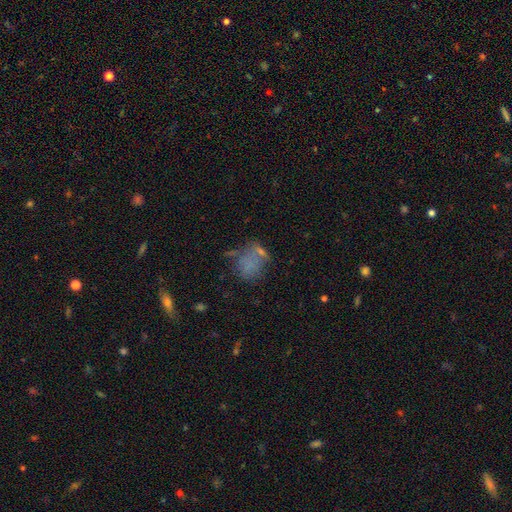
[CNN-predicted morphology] This appears to be a smooth galaxy with no disk features (60%) that is in between round and cigar-shaped (54%). Merging: none (40%).